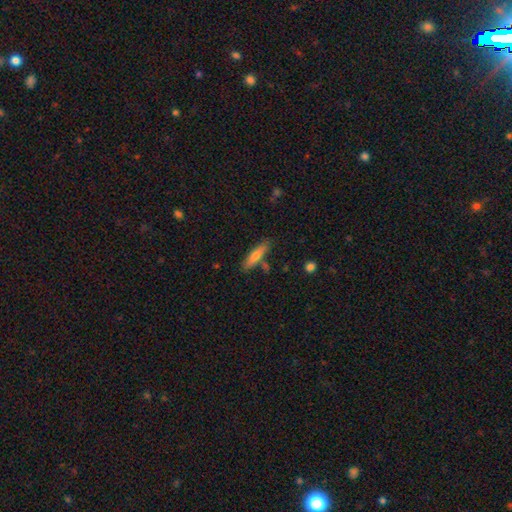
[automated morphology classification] Smooth or featured? Predicted: smooth (p=0.72). How rounded? Predicted: cigar-shaped (p=0.74). Merging? Predicted: none (p=0.76).